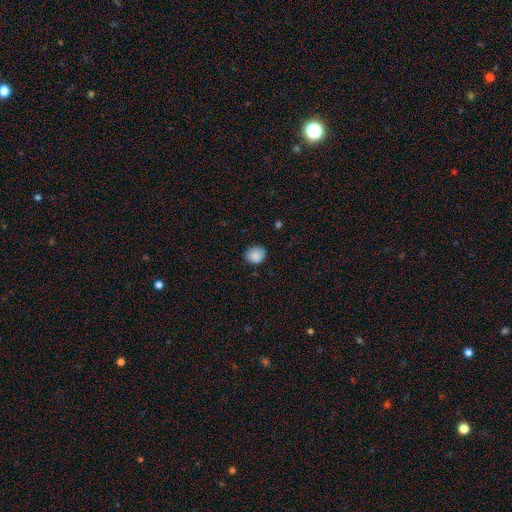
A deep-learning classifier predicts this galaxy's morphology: A smooth galaxy with no disk features (88%) that is round (70%).

Vote fractions:
- Smooth or featured? smooth: 88% / star or artifact: 9% / featured or disk: 3%
- How rounded? round: 70% / in between: 29% / cigar-shaped: 1%
- Merging? none: 81% / minor disturbance: 15% / major disturbance: 3% / merger: 1%